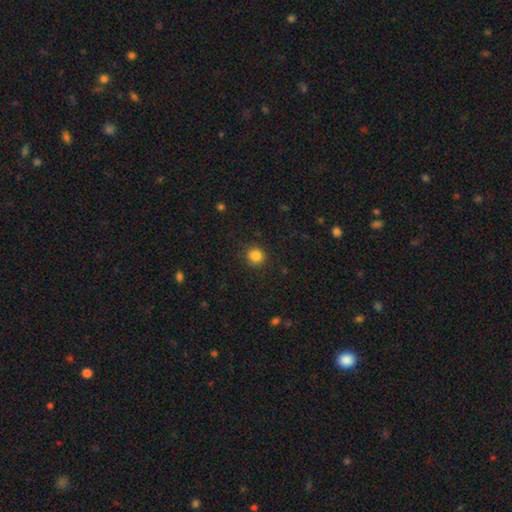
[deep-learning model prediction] Smooth or featured?
  - smooth: 85% *
  - star or artifact: 11%
  - featured or disk: 4%
How rounded?
  - round: 91% *
  - in between: 8%
  - cigar-shaped: 1%
Merging?
  - none: 88% *
  - minor disturbance: 8%
  - major disturbance: 3%
  - merger: 1%